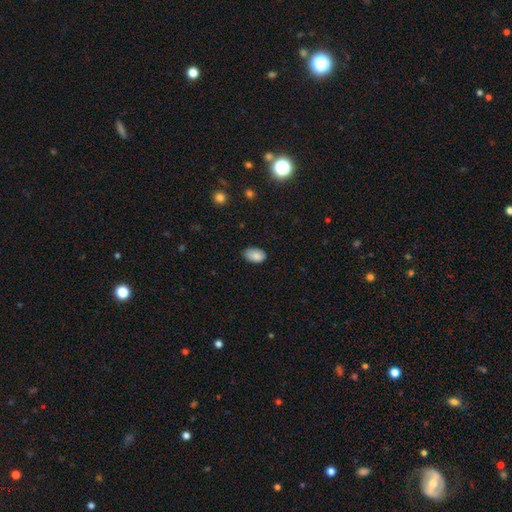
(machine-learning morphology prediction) smooth 88%, star or artifact 7%, featured or disk 5%. Down the decision tree: how rounded — in between (93%); merging — none (79%).